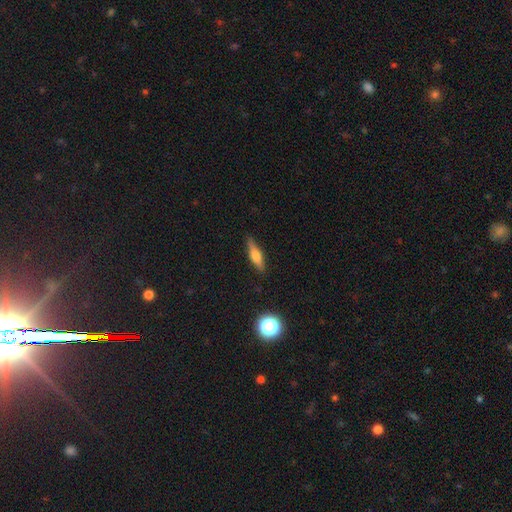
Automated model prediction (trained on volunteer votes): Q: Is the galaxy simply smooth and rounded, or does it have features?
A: smooth — 49%.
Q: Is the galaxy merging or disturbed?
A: none — 84%.